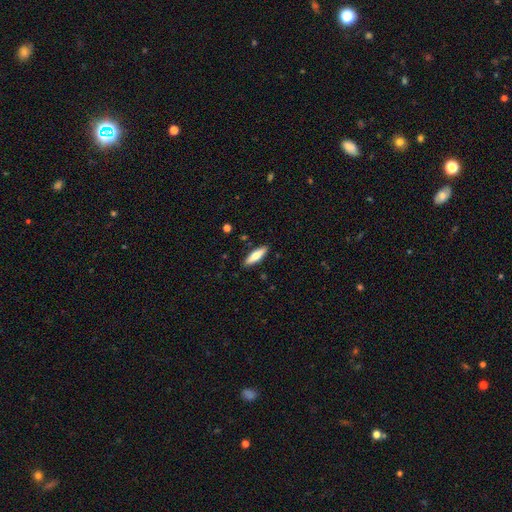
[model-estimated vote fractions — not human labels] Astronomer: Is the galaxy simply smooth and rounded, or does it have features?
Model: smooth — 69%.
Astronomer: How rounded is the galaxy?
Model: cigar-shaped — 61% (runner-up: in between, 38%).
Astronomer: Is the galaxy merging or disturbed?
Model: none — 89%.